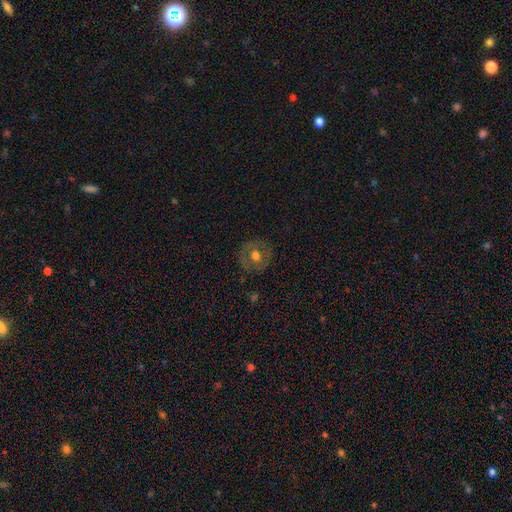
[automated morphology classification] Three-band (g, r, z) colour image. It shows a smooth galaxy with no disk features (56%) that is round (89%). Merging: none (84%).